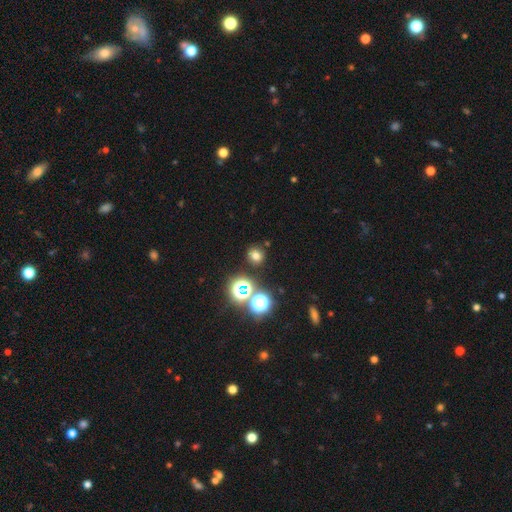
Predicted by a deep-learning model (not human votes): A smooth galaxy with no disk features (68%) that is round (80%). Merging: none (85%).